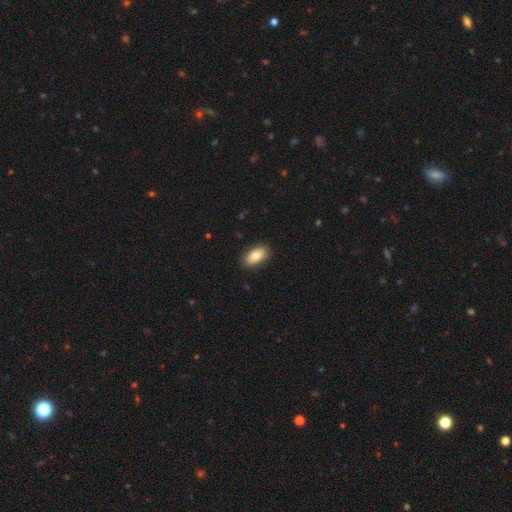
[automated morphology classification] smooth 81%, featured or disk 13%, star or artifact 6%. Down the decision tree: how rounded — in between (92%); merging — none (87%).